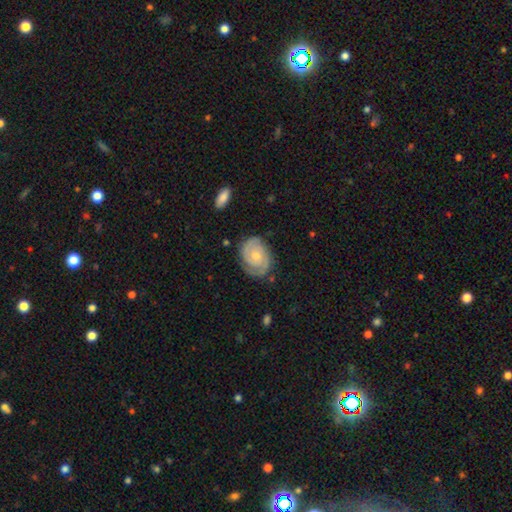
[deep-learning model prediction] Overall: featured or disk (78%). Edge-on disk: no (97%). Bar: no (74%). Spiral arms: yes (94%). Spiral arm count: 2 (70%). Spiral winding: tight (64%; medium 28%). Bulge size: small (50%; moderate 44%). Merging: none (75%).